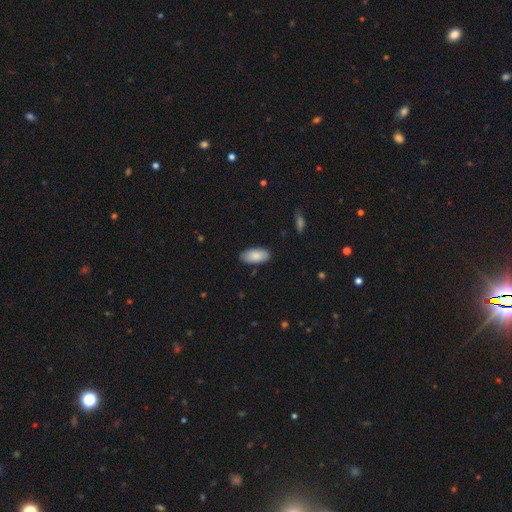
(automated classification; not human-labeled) This is clearly a smooth galaxy (88%). How rounded: clearly in between (94%). Merging: clearly none (86%).